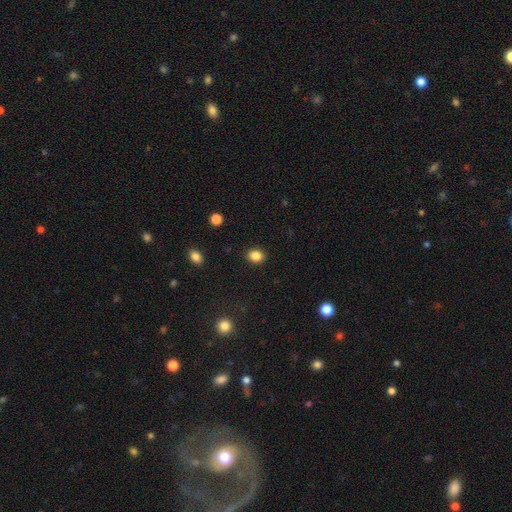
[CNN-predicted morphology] A smooth galaxy with no disk features (85%) that is in between round and cigar-shaped (50%).

Vote fractions:
- Smooth or featured? smooth: 85% / star or artifact: 10% / featured or disk: 4%
- How rounded? in between: 50% / round: 49% / cigar-shaped: 1%
- Merging? none: 89% / minor disturbance: 8% / major disturbance: 2% / merger: 1%